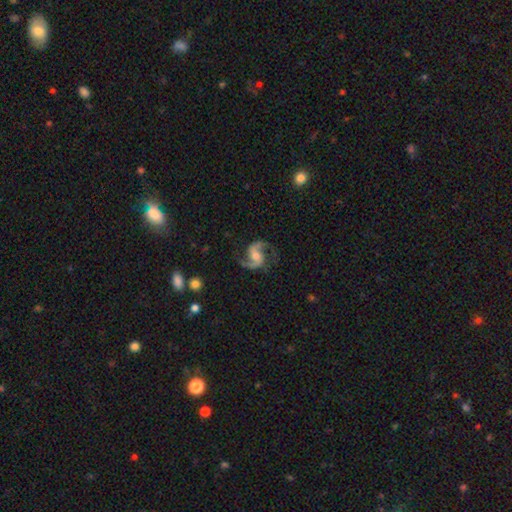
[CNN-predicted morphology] smooth_or_featured: featured or disk (p=0.92) [alt: star or artifact p=0.05]
disk_edge_on: no (p=0.98) [alt: yes p=0.02]
bar: no (p=0.44) [alt: weak p=0.41]
has_spiral_arms: yes (p=0.98) [alt: no p=0.02]
spiral_winding: medium (p=0.53) [alt: loose p=0.38]
spiral_arm_count: 2 (p=0.94) [alt: can't tell p=0.01]
bulge_size: moderate (p=0.62) [alt: small p=0.26]
merging: none (p=0.79) [alt: minor disturbance p=0.13]